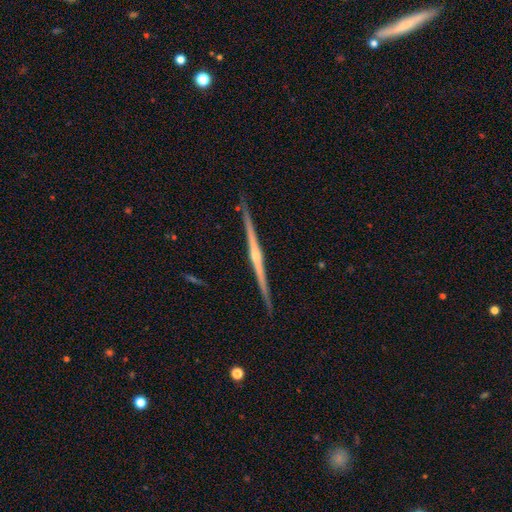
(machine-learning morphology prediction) This is clearly a featured or disk galaxy (85%). It is clearly viewed edge-on (99%). Edge-on bulge: likely rounded (72%). Merging: clearly none (91%).